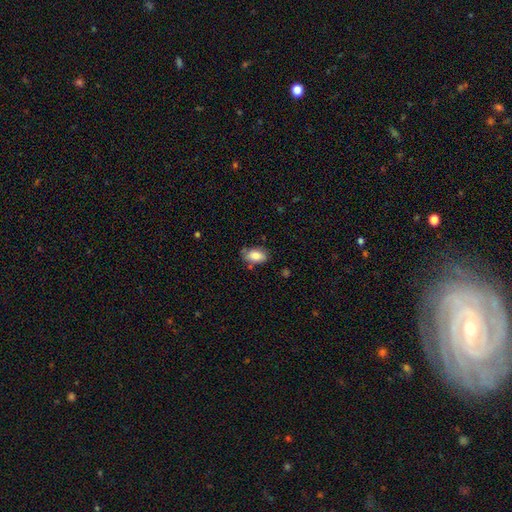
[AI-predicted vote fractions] Smooth or featured: smooth — 81% (featured or disk — 12%)
How rounded: in between — 91% (round — 7%)
Merging: none — 67% (minor disturbance — 23%)